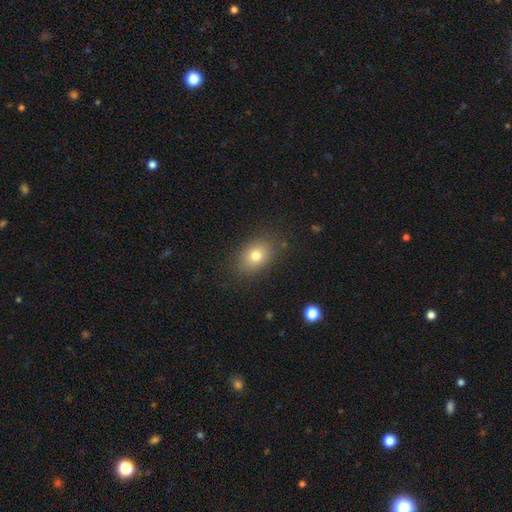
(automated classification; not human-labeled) Morphology: type=smooth (77%); roundness=in between (74%); merging=none (84%).